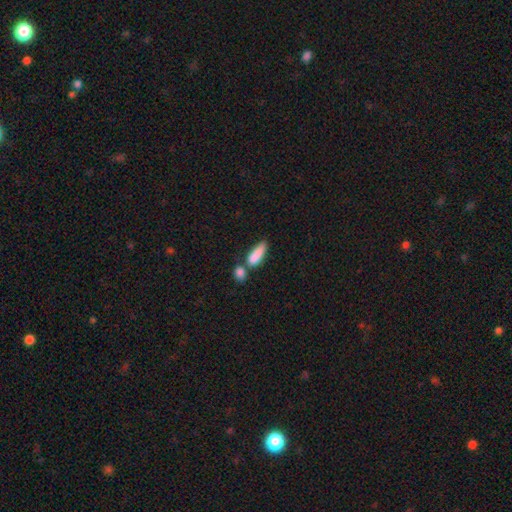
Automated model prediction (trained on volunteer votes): smooth-or-featured: smooth: 83% | featured or disk: 10% | star or artifact: 7%
  how-rounded: in between: 55% | cigar-shaped: 41% | round: 4%
  merging: merger: 43% | none: 34% | minor disturbance: 16% | major disturbance: 7%